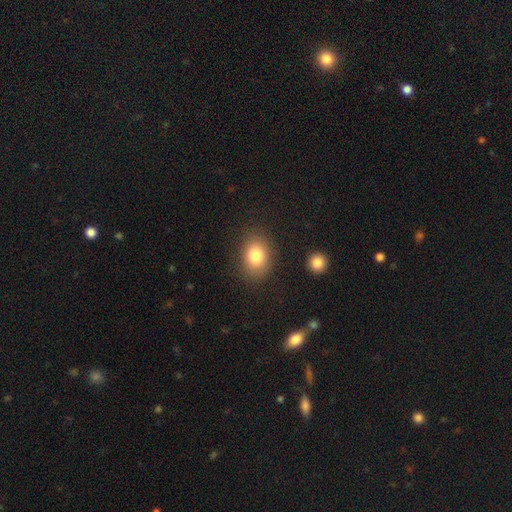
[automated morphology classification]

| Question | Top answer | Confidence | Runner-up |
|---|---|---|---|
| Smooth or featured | smooth | 81% | star or artifact (10%) |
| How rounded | in between | 61% | round (38%) |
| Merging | none | 85% | minor disturbance (9%) |